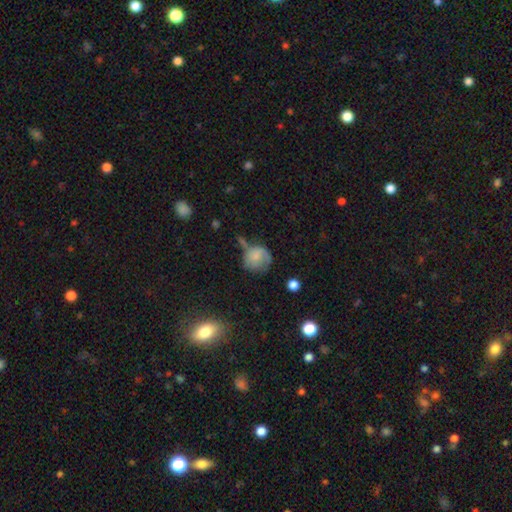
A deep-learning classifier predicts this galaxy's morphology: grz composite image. It shows a smooth galaxy with no disk features (63%) that is round (77%). Merging: none (37%).